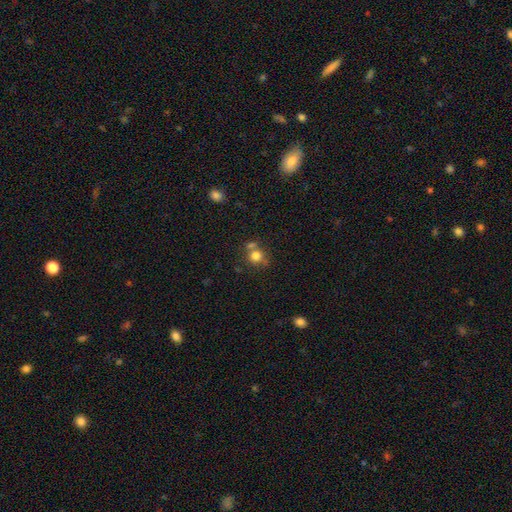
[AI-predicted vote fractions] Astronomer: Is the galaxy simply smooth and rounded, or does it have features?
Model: smooth — 76%.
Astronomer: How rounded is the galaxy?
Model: round — 86%.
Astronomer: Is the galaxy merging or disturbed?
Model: none — 54% (runner-up: merger, 30%).